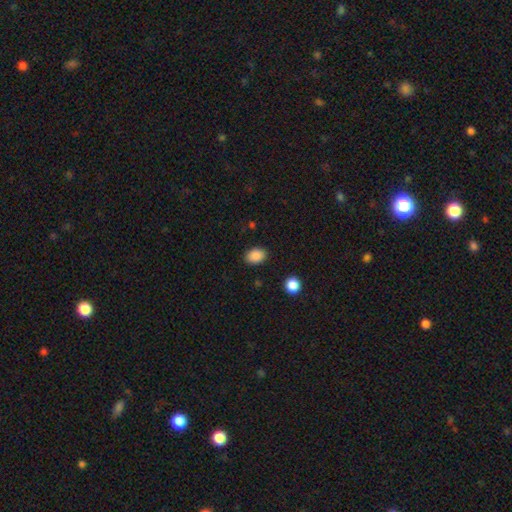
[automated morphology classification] type=smooth (88%); roundness=in between (77%); merging=none (88%).